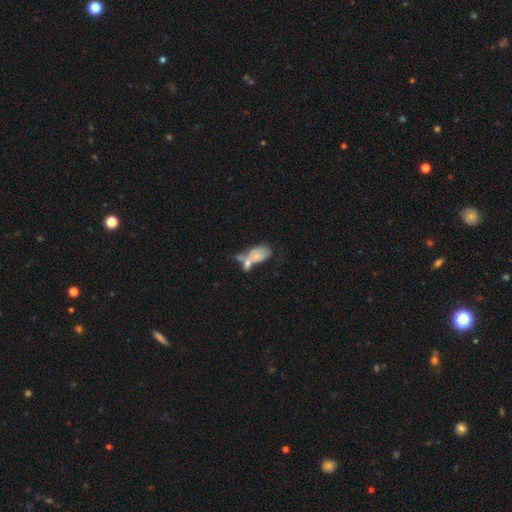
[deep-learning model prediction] smooth_or_featured: smooth (p=0.56) [alt: featured or disk p=0.36]
how_rounded: in between (p=0.89) [alt: round p=0.07]
merging: merger (p=0.57) [alt: none p=0.17]